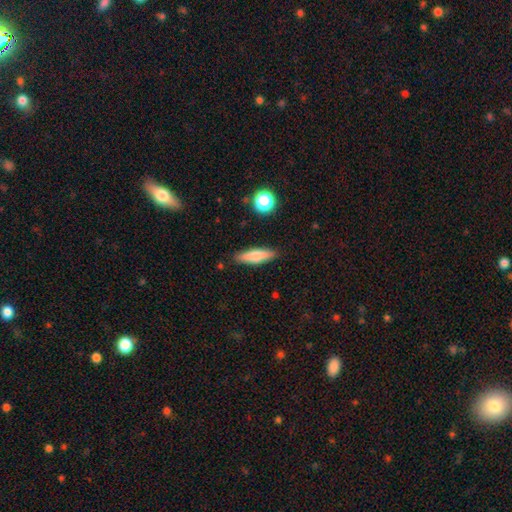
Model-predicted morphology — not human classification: Overall: smooth (74%). How rounded: cigar-shaped (66%; in between 31%). Merging: none (86%).